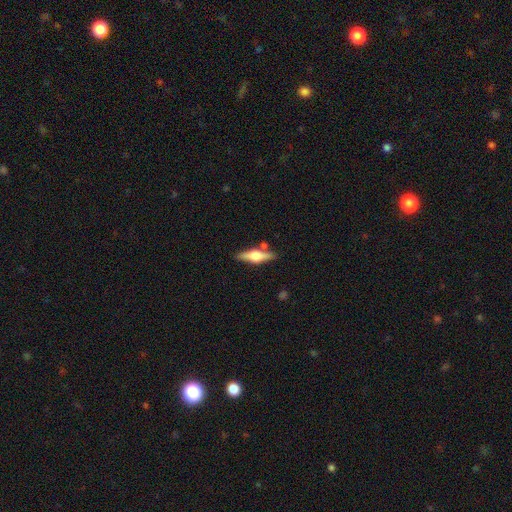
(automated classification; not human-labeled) This is likely a featured or disk galaxy (65%). It is clearly viewed edge-on (95%). Edge-on bulge: clearly rounded (94%). Merging: clearly none (82%).